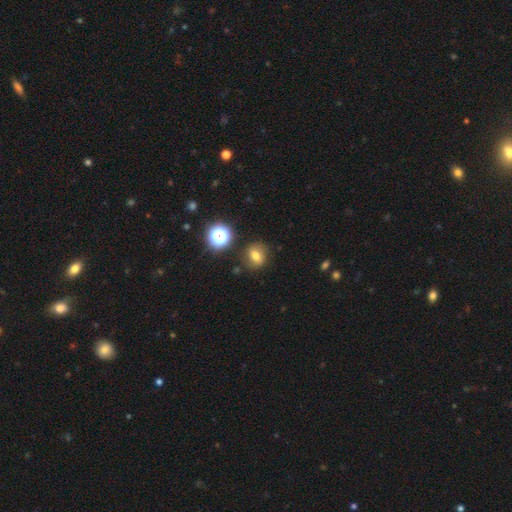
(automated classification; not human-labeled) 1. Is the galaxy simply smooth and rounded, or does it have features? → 67% smooth, 17% star or artifact, 17% featured or disk.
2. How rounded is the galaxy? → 62% round, 36% in between, 1% cigar-shaped.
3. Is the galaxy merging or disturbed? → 81% none, 12% minor disturbance, 4% major disturbance, 3% merger.